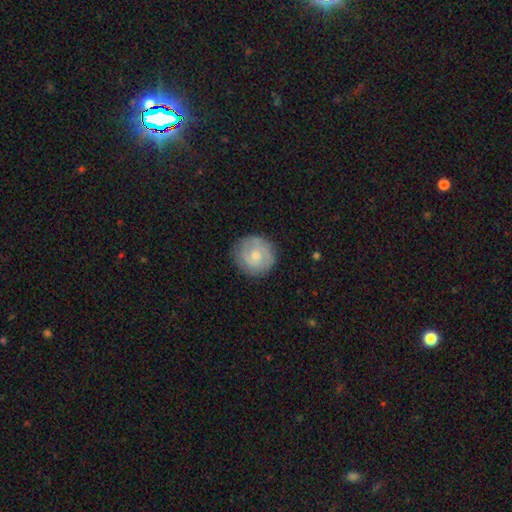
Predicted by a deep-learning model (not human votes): A featured or disk galaxy (50%).

Vote fractions:
- Smooth or featured? featured or disk: 50% / smooth: 44% / star or artifact: 6%
- Merging? none: 83% / minor disturbance: 12% / major disturbance: 4% / merger: 1%